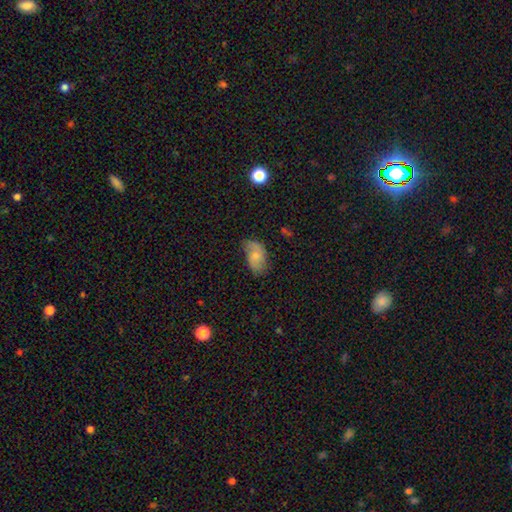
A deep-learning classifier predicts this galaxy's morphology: This is possibly a smooth galaxy (55%). How rounded: clearly in between (92%). Merging: likely none (62%).